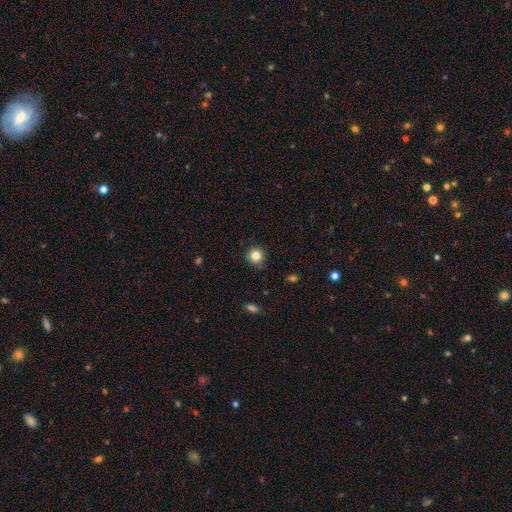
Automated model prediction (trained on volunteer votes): Smooth or featured? Predicted: smooth (p=0.84). How rounded? Predicted: round (p=0.94). Merging? Predicted: none (p=0.90).